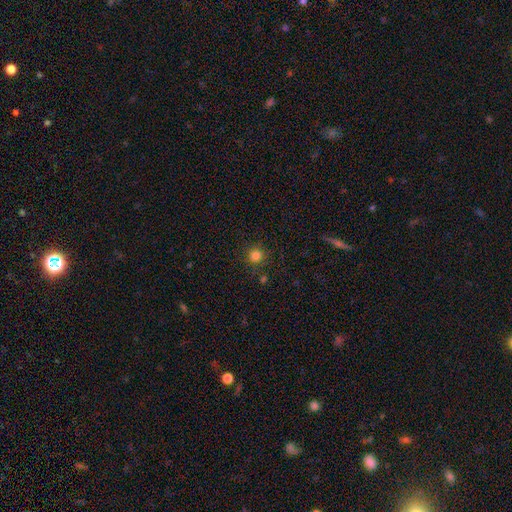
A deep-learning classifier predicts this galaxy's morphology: type=smooth (82%); roundness=round (94%); merging=none (87%).